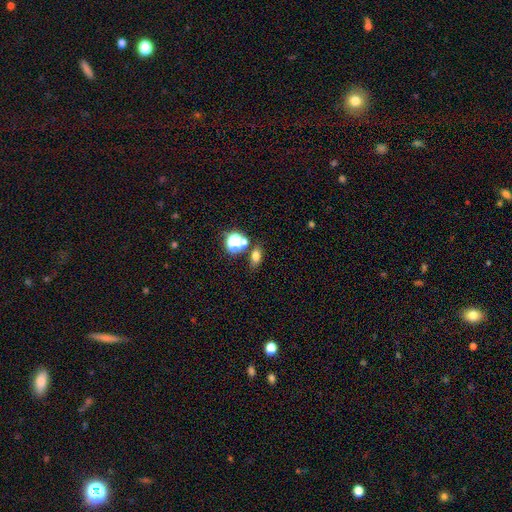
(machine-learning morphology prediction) Smooth or featured: smooth — 69% (star or artifact — 20%)
How rounded: in between — 71% (round — 24%)
Merging: none — 69% (merger — 15%)